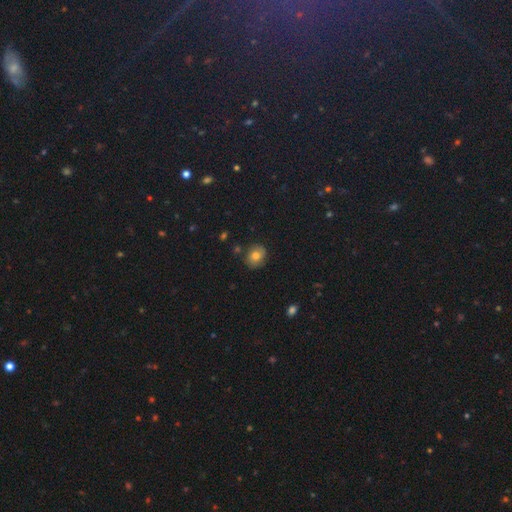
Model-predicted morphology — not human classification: smooth 76%, featured or disk 13%, star or artifact 11%. Down the decision tree: how rounded — round (63%); merging — none (82%).